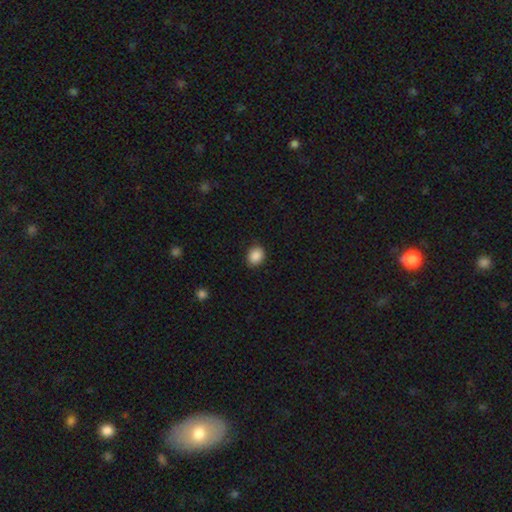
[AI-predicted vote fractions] Smooth or featured: smooth — 88% (star or artifact — 8%)
How rounded: round — 55% (in between — 44%)
Merging: none — 88% (minor disturbance — 9%)